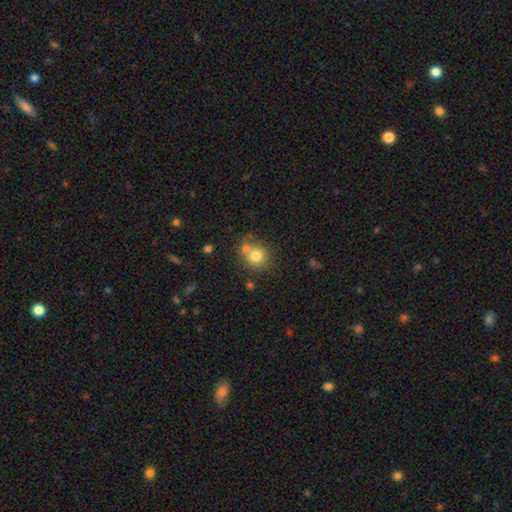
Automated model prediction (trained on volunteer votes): Smooth or featured? Predicted: smooth (p=0.77). How rounded? Predicted: round (p=0.81). Merging? Predicted: none (p=0.58).